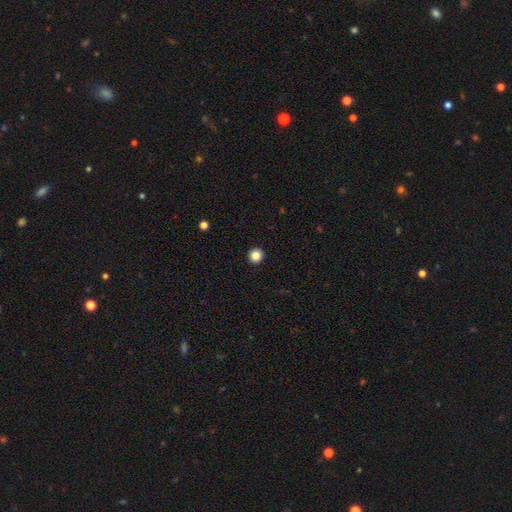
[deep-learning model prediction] A smooth galaxy with no disk features (86%) that is round (95%). Merging: none (94%).